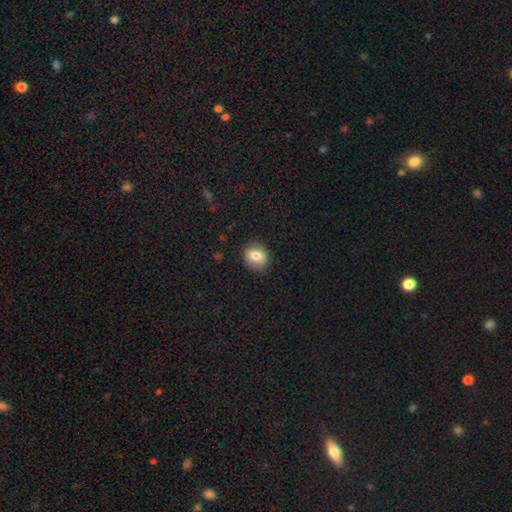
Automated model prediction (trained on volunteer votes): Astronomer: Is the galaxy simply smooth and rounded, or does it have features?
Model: smooth — 77%.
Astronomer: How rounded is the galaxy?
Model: round — 57% (runner-up: in between, 42%).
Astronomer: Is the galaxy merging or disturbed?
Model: none — 83%.